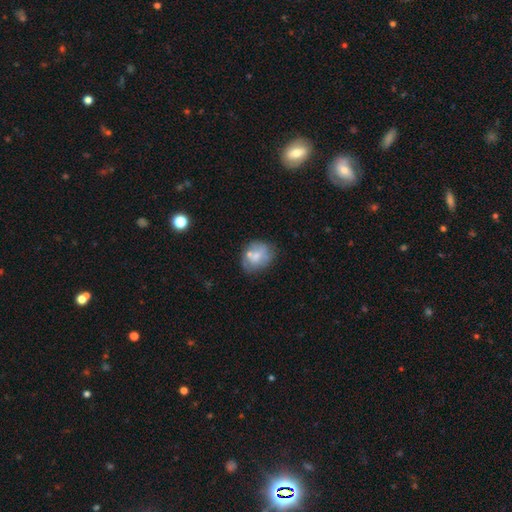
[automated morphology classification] Q: Smooth or featured?
A: smooth (62%); runner-up: featured or disk (30%)
Q: How rounded?
A: round (57%); runner-up: in between (42%)
Q: Merging?
A: none (52%); runner-up: minor disturbance (21%)